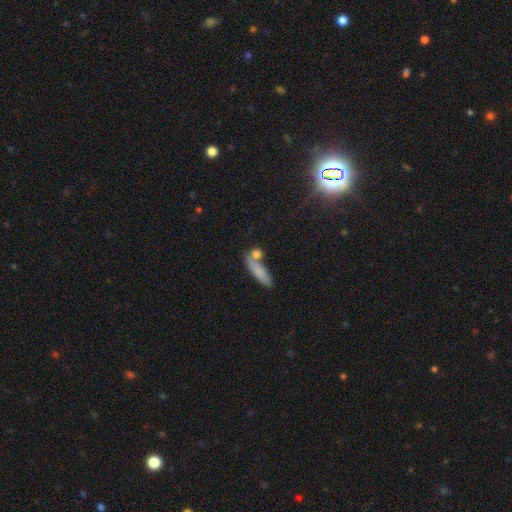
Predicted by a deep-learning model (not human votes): This appears to be a smooth galaxy with no disk features (73%) that is cigar-shaped (56%). Merging: none (58%).